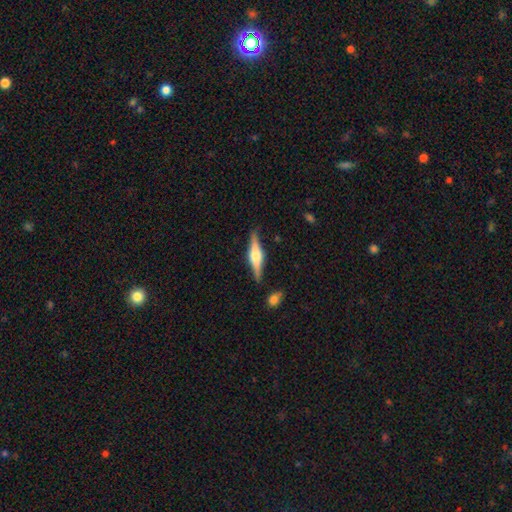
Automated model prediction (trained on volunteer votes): Smooth or featured?
  - featured or disk: 73% *
  - smooth: 21%
  - star or artifact: 6%
Edge-on disk?
  - yes: 97% *
  - no: 3%
Edge-on bulge?
  - rounded: 87% *
  - boxy: 11%
  - none: 2%
Merging?
  - none: 87% *
  - minor disturbance: 9%
  - merger: 2%
  - major disturbance: 2%